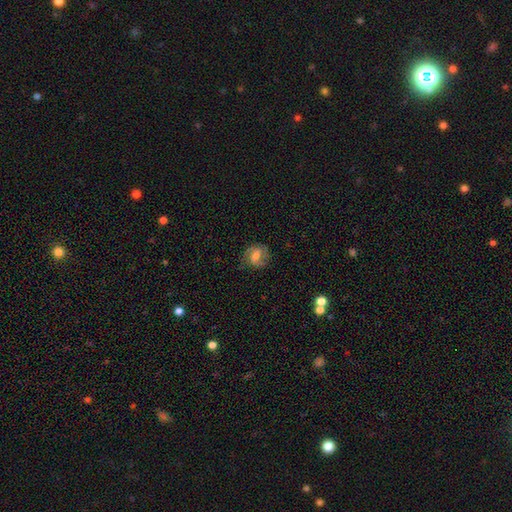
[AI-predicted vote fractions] featured or disk 65%, smooth 27%, star or artifact 8%. Down the decision tree: edge-on disk — no (97%); bar — weak (51%); spiral arms — yes (91%); spiral arm count — 2 (81%); spiral winding — medium (50%); bulge size — moderate (46%); merging — none (72%).